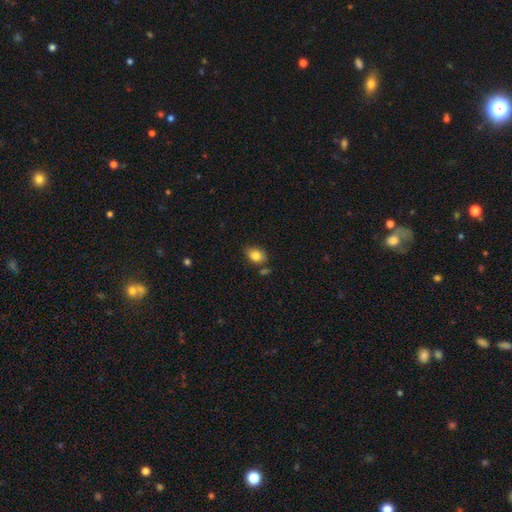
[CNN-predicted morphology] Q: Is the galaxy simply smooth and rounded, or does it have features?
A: smooth — 84%.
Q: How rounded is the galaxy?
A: in between — 77%.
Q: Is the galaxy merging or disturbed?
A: none — 72%.